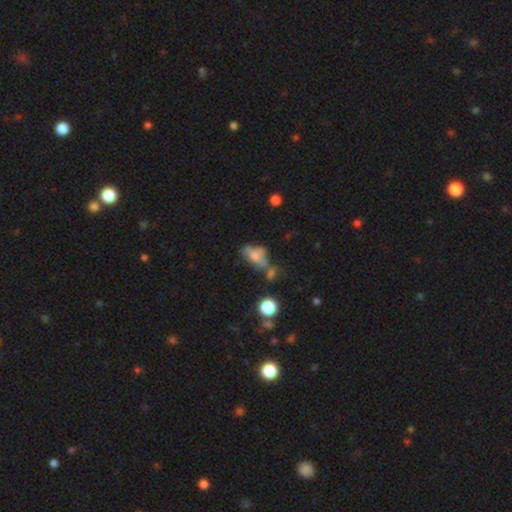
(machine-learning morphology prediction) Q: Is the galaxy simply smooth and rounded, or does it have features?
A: smooth — 56%.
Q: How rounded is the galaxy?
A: in between — 81%.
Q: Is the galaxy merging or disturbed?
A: none — 32%.